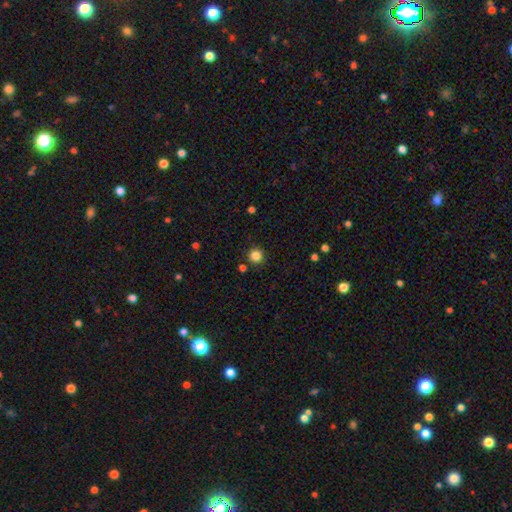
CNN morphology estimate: type=smooth (84%); roundness=round (95%); merging=none (88%).